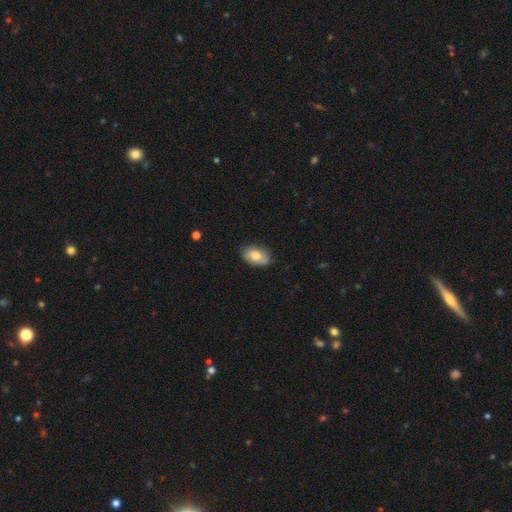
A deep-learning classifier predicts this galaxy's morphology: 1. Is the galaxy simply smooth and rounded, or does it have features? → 71% smooth, 22% featured or disk, 7% star or artifact.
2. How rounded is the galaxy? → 89% in between, 9% round, 1% cigar-shaped.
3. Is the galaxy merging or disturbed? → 76% none, 19% minor disturbance, 3% major disturbance, 2% merger.